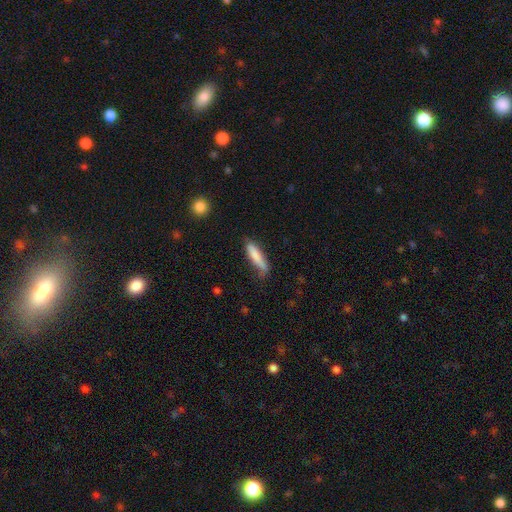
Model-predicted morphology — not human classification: Overall: smooth (81%). How rounded: cigar-shaped (76%). Merging: none (58%; minor disturbance 31%).